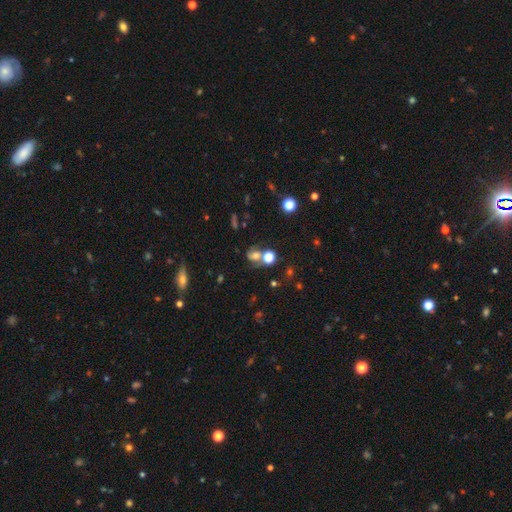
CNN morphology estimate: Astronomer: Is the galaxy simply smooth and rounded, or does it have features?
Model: smooth — 47% (runner-up: featured or disk, 32%).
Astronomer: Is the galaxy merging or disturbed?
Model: none — 44% (runner-up: merger, 31%).